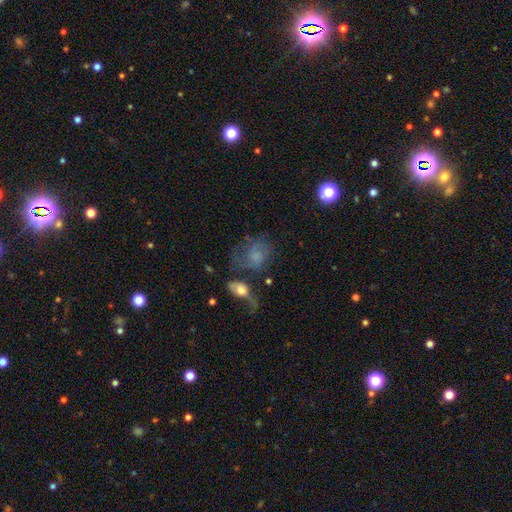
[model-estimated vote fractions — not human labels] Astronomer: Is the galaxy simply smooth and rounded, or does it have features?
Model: smooth — 49% (runner-up: featured or disk, 37%).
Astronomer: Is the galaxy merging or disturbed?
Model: none — 35% (runner-up: major disturbance, 30%).